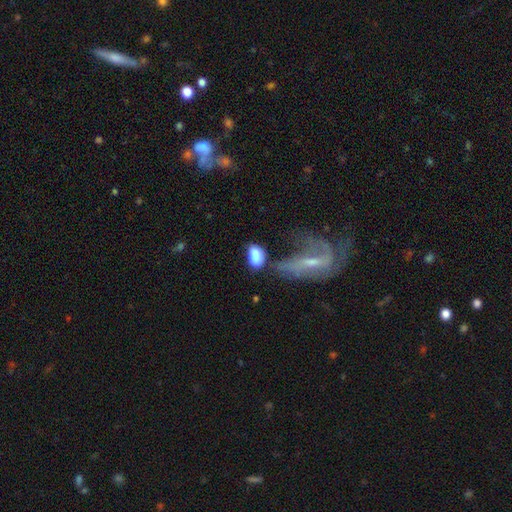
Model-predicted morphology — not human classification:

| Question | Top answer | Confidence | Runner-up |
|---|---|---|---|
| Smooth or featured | smooth | 82% | featured or disk (10%) |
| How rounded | in between | 90% | round (7%) |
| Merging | none | 35% | merger (26%) |